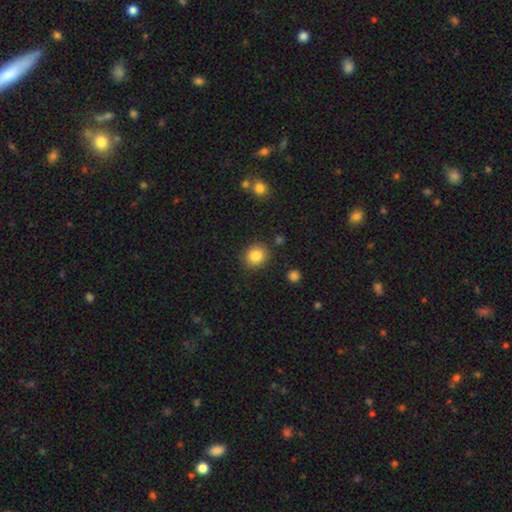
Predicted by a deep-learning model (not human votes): The model was most divided on "how rounded": round: 79%, in between: 20%, cigar-shaped: 1%. More confident: merging — none (87%); smooth or featured — smooth (85%).